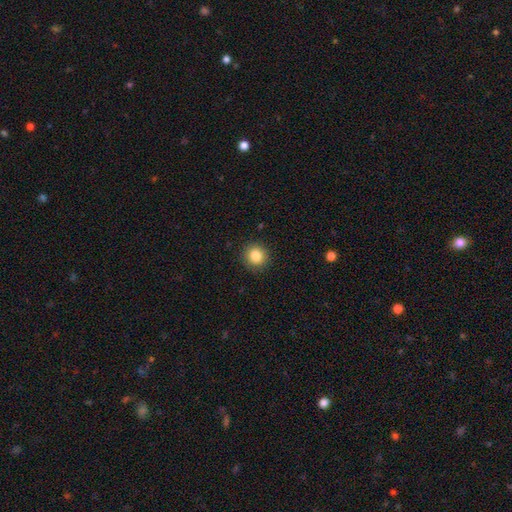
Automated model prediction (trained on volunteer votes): Smooth or featured?
  - smooth: 85% *
  - star or artifact: 10%
  - featured or disk: 5%
How rounded?
  - round: 92% *
  - in between: 7%
  - cigar-shaped: 1%
Merging?
  - none: 90% *
  - minor disturbance: 7%
  - major disturbance: 2%
  - merger: 1%